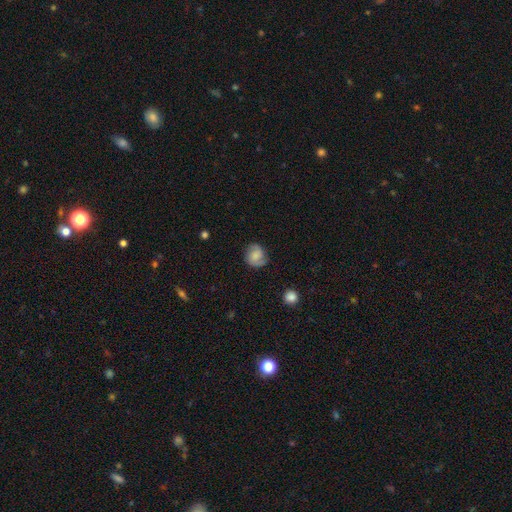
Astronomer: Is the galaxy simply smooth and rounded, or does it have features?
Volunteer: smooth — 51% (runner-up: featured or disk, 44%).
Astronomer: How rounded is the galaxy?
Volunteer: round — 75%.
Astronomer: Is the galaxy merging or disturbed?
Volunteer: none — 65%.